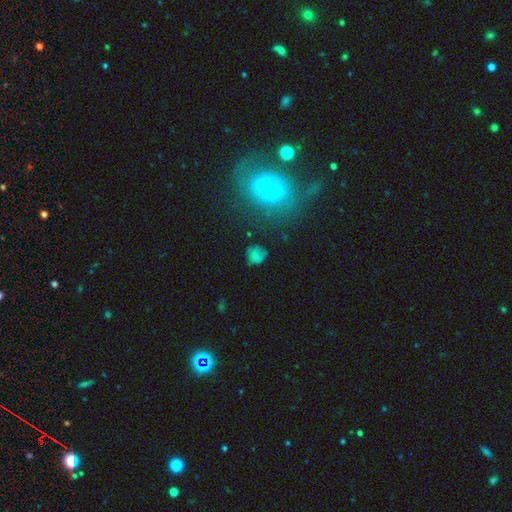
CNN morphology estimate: Q: Smooth or featured?
A: smooth (60%); runner-up: featured or disk (21%)
Q: How rounded?
A: round (75%); runner-up: in between (23%)
Q: Merging?
A: none (63%); runner-up: minor disturbance (22%)